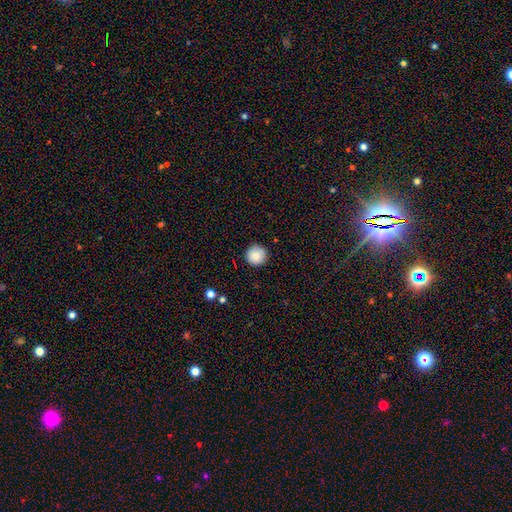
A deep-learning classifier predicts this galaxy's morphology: A smooth galaxy with no disk features (87%) that is round (96%). Merging: none (90%).